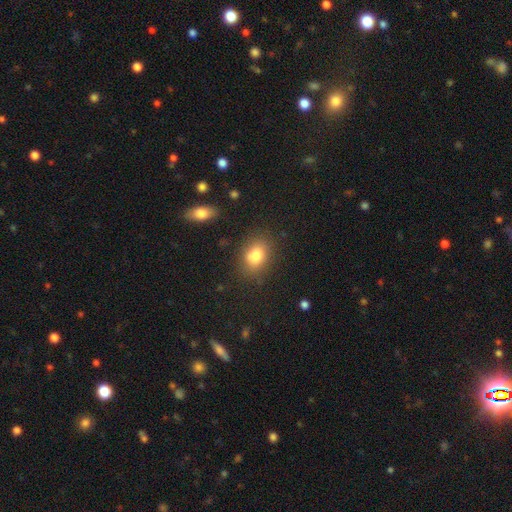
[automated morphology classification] type=smooth (81%); roundness=in between (66%); merging=none (79%).